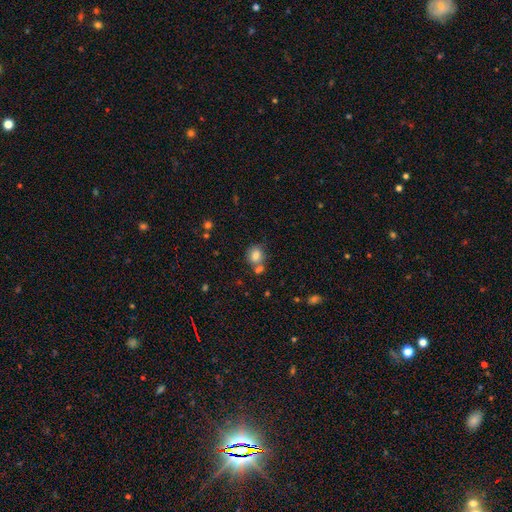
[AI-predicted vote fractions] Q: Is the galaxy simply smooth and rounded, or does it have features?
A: smooth — 81%.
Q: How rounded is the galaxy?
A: round — 61%.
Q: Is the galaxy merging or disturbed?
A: none — 55%.